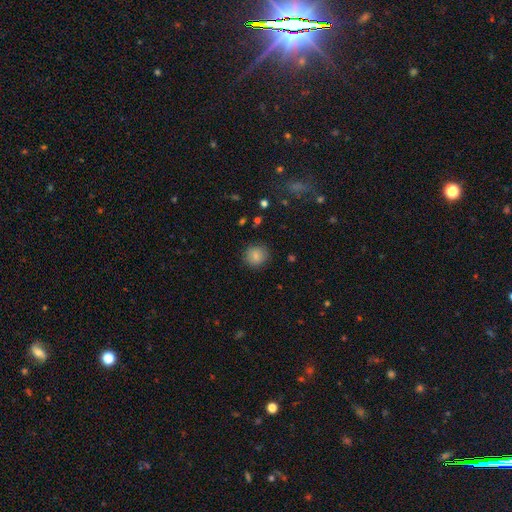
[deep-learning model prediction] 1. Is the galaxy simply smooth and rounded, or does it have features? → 84% smooth, 9% star or artifact, 6% featured or disk.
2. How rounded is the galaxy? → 88% round, 11% in between, 1% cigar-shaped.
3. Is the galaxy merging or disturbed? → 87% none, 9% minor disturbance, 3% major disturbance, 1% merger.